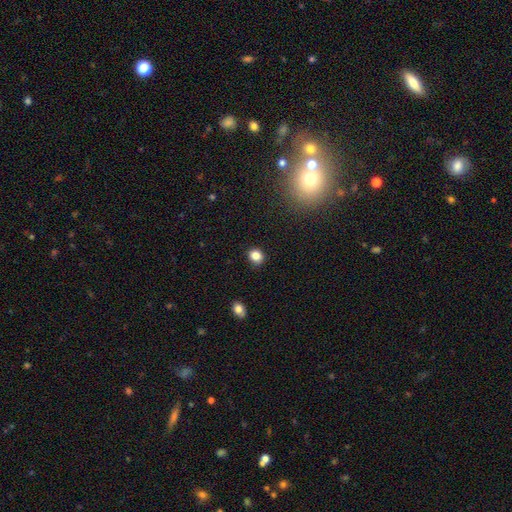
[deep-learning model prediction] This is clearly a smooth galaxy (84%). How rounded: likely round (67%). Merging: clearly none (87%).